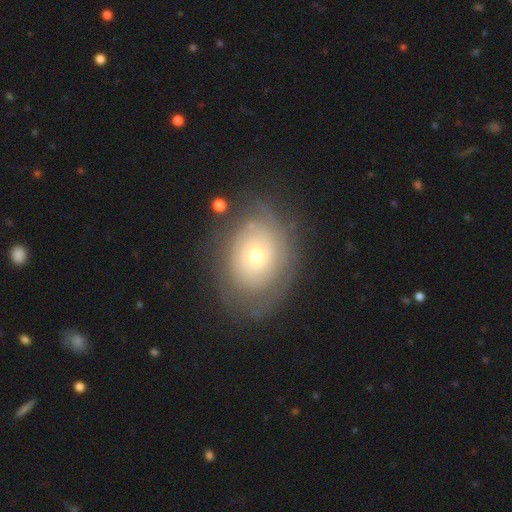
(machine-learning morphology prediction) Overall: featured or disk (50%; smooth 41%). Merging: none (71%).